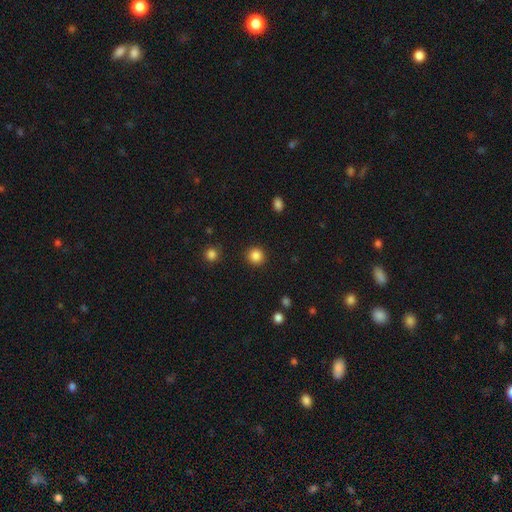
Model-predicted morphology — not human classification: Smooth or featured: smooth — 86% (star or artifact — 11%)
How rounded: round — 92% (in between — 7%)
Merging: none — 91% (minor disturbance — 5%)